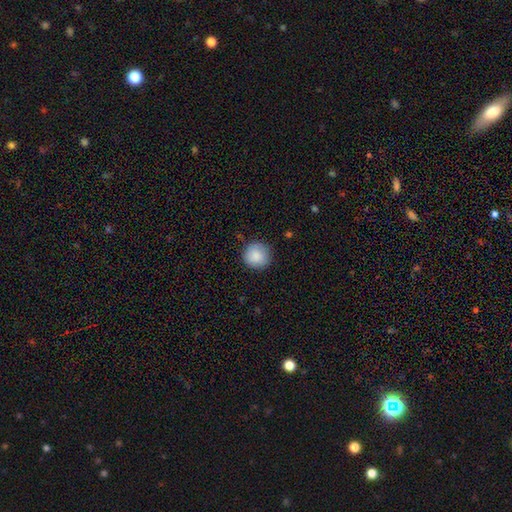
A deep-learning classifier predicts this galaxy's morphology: smooth-or-featured: smooth: 88% | star or artifact: 8% | featured or disk: 5%
  how-rounded: round: 94% | in between: 5% | cigar-shaped: 1%
  merging: none: 86% | minor disturbance: 11% | major disturbance: 2% | merger: 1%